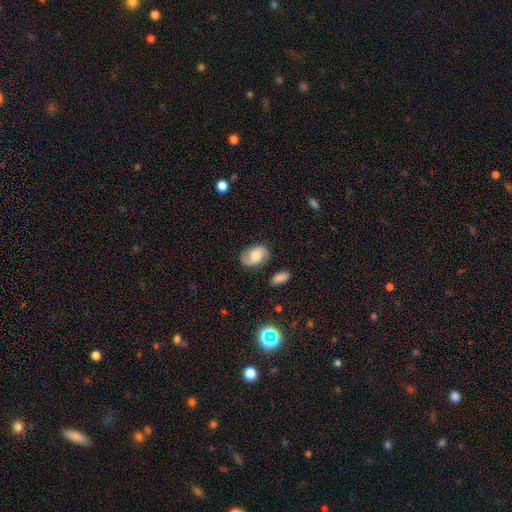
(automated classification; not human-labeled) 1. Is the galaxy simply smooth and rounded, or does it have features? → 49% featured or disk, 43% smooth, 8% star or artifact.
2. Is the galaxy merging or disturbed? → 76% none, 17% minor disturbance, 4% major disturbance, 3% merger.